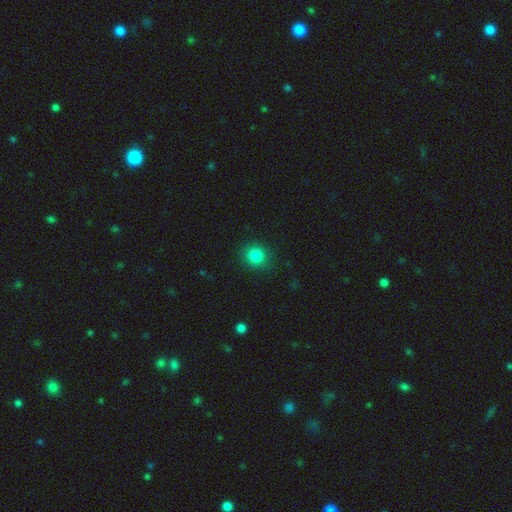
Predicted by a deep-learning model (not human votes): smooth 84%, star or artifact 12%, featured or disk 4%. Down the decision tree: how rounded — round (89%); merging — none (90%).